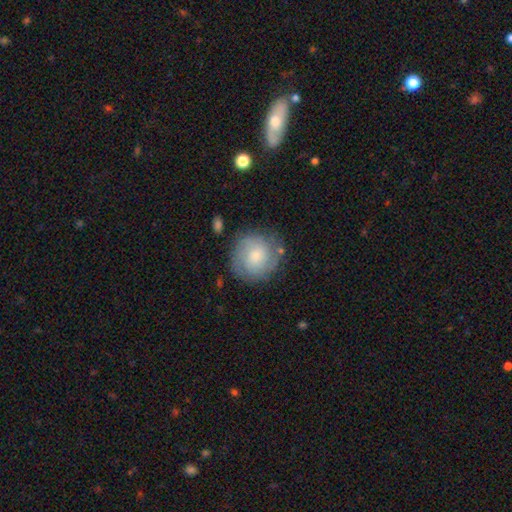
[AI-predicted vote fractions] Q: Smooth or featured?
A: featured or disk (52%); runner-up: smooth (40%)
Q: Edge-on disk?
A: no (97%); runner-up: yes (3%)
Q: Bar?
A: no (73%); runner-up: weak (24%)
Q: Spiral arms?
A: yes (86%); runner-up: no (14%)
Q: Bulge size?
A: small (43%); runner-up: moderate (39%)
Q: Merging?
A: none (77%); runner-up: minor disturbance (15%)